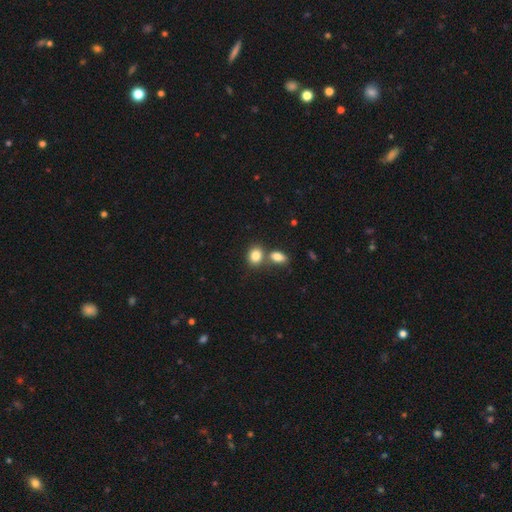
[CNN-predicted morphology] Overall: smooth (83%). How rounded: in between (51%; round 48%). Merging: none (50%; merger 38%).